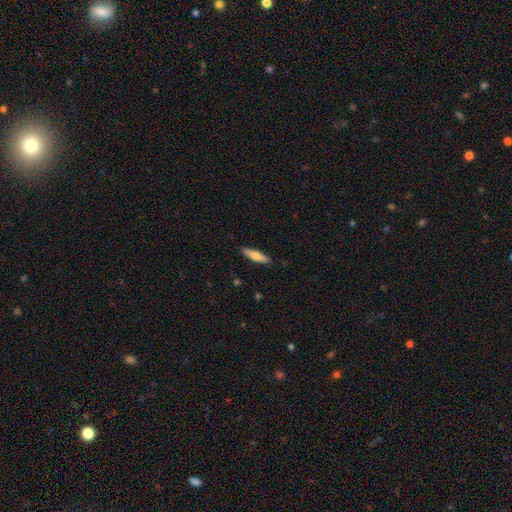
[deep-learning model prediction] Smooth or featured: smooth — 67% (featured or disk — 28%)
How rounded: cigar-shaped — 75% (in between — 23%)
Merging: none — 89% (minor disturbance — 8%)